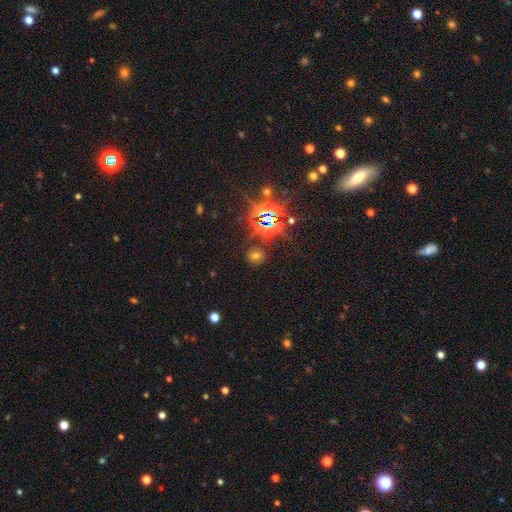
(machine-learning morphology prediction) Smooth or featured? smooth (45%, tied with star or artifact)
Merging? none (82%)